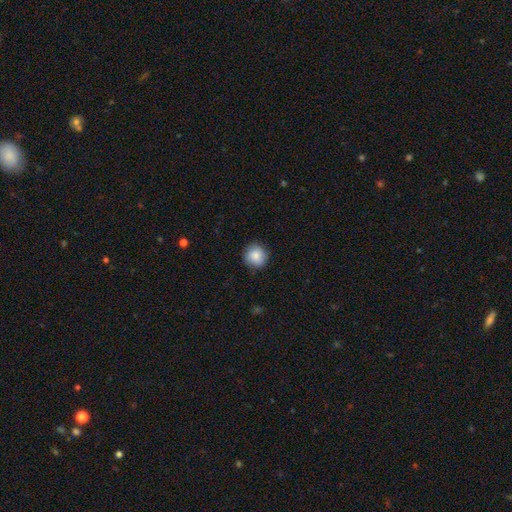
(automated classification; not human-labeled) Q: Smooth or featured?
A: smooth (85%); runner-up: star or artifact (8%)
Q: How rounded?
A: round (94%); runner-up: in between (5%)
Q: Merging?
A: none (88%); runner-up: minor disturbance (9%)